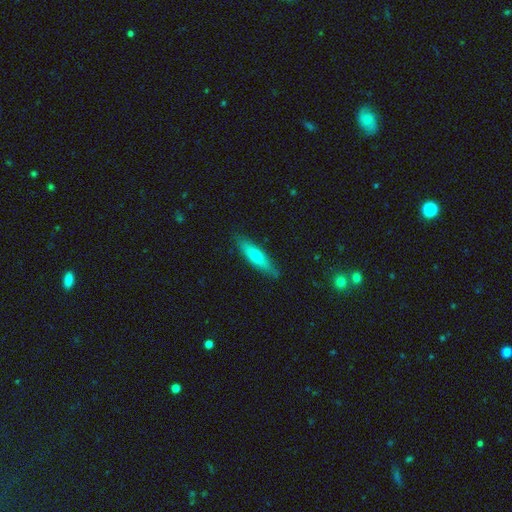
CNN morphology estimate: type=smooth (58%); roundness=cigar-shaped (72%); merging=none (85%).